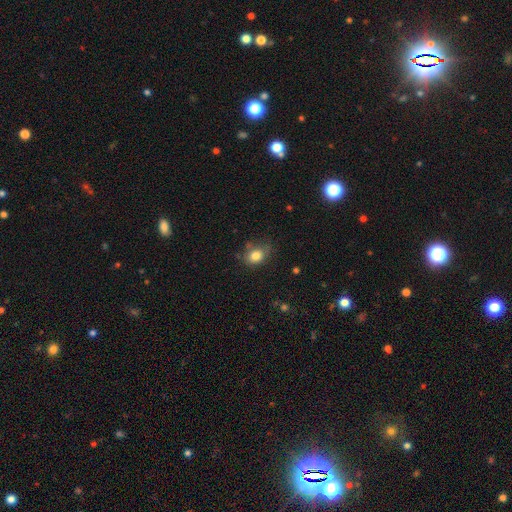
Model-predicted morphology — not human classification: This appears to be a smooth galaxy with no disk features (81%) that is in between round and cigar-shaped (58%). Merging: none (65%).